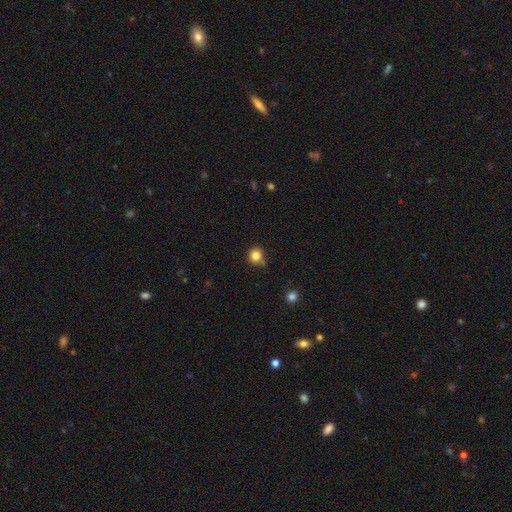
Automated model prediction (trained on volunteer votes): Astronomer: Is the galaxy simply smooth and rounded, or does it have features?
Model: smooth — 83%.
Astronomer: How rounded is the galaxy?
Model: round — 90%.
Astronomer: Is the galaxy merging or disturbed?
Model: none — 74%.